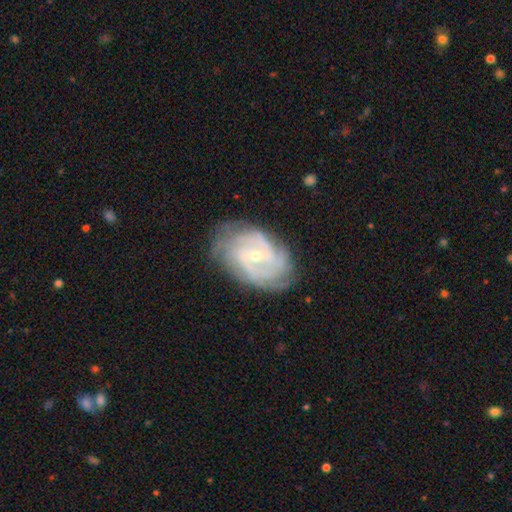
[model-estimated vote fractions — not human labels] This is clearly a featured or disk galaxy (88%). It is clearly not viewed edge-on (97%). Bar: marginally weak (45%). Spiral arm pattern: clearly yes (96%). Spiral arm count: marginally 2 (30%). Spiral winding: likely tight (63%). Central bulge: likely small (66%). Merging: likely none (76%).